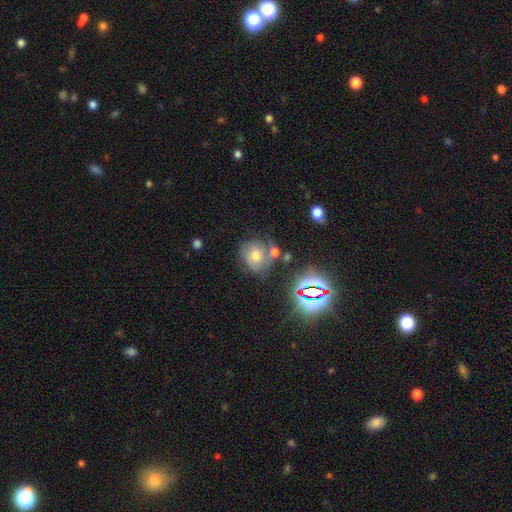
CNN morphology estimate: smooth-or-featured: smooth: 37% | featured or disk: 33% | star or artifact: 30%
  merging: none: 55% | minor disturbance: 19% | merger: 18% | major disturbance: 9%